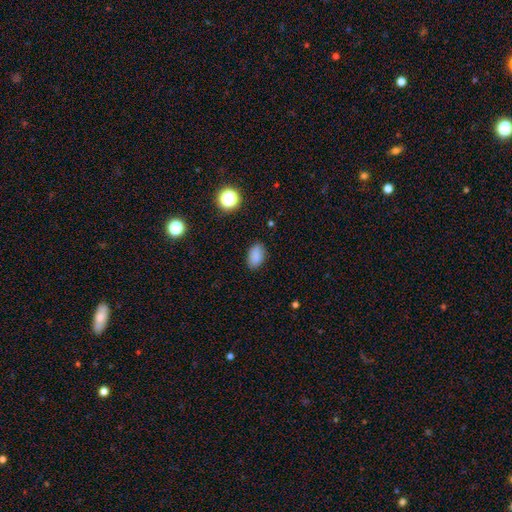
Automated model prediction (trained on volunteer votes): Smooth or featured? smooth (85%)
How rounded? in between (90%)
Merging? none (85%)